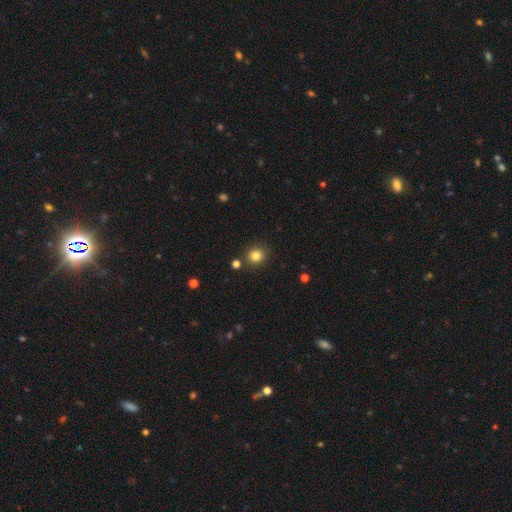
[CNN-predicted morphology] Overall: smooth (82%). How rounded: round (84%). Merging: none (84%).